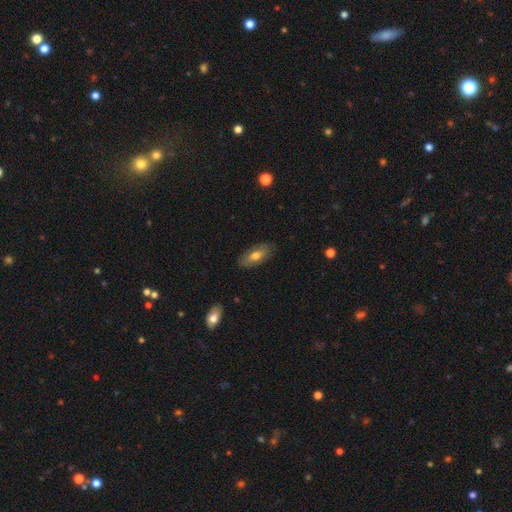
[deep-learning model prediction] Overall: smooth (65%; featured or disk 29%). How rounded: in between (84%). Merging: none (85%).